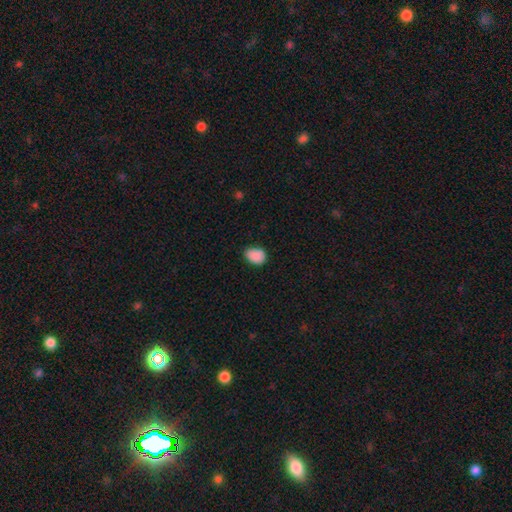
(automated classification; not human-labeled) smooth 88%, star or artifact 8%, featured or disk 3%. Down the decision tree: how rounded — in between (73%); merging — none (71%).